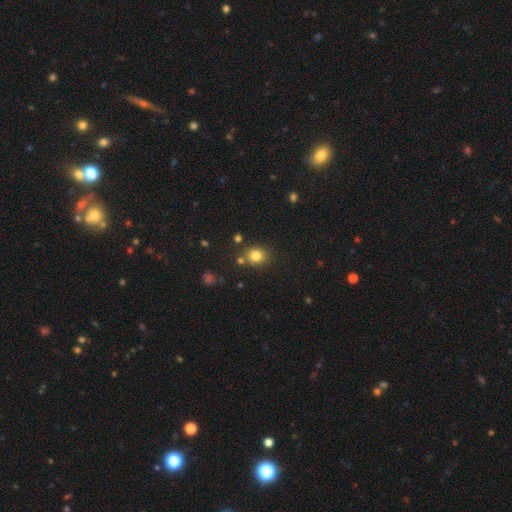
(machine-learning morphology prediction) Smooth or featured: smooth — 81% (star or artifact — 13%)
How rounded: round — 72% (in between — 27%)
Merging: none — 78% (minor disturbance — 10%)